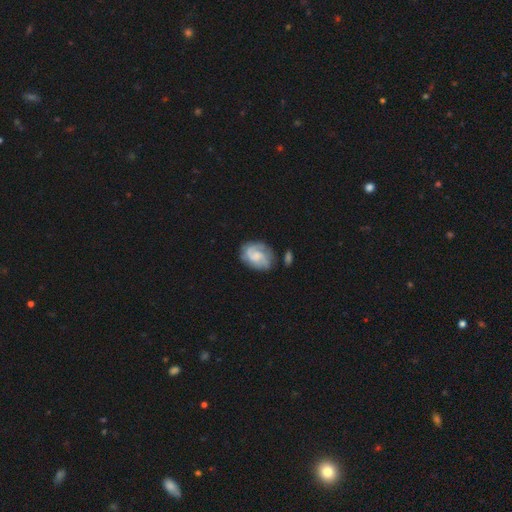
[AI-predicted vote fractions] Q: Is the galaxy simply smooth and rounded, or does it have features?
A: featured or disk — 61%.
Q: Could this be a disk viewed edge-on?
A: no — 97%.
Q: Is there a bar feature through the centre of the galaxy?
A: no — 61%.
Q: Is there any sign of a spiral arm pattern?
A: yes — 85%.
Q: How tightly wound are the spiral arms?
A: medium — 41%.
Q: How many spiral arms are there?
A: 2 — 44%.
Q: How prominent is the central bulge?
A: moderate — 31%.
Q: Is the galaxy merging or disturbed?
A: none — 60%.